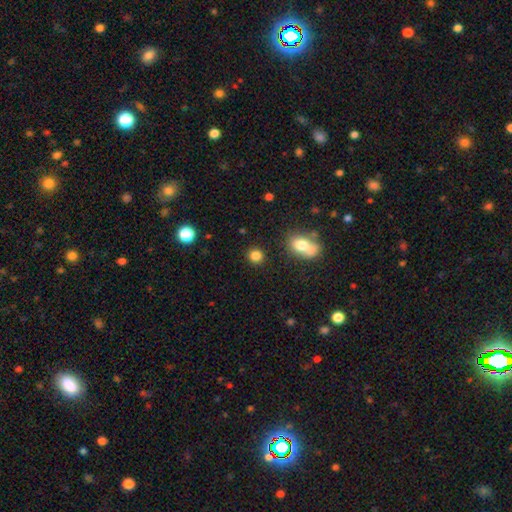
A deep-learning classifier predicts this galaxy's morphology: Smooth or featured?
  - smooth: 83% *
  - star or artifact: 12%
  - featured or disk: 5%
How rounded?
  - round: 87% *
  - in between: 12%
  - cigar-shaped: 1%
Merging?
  - none: 88% *
  - minor disturbance: 6%
  - merger: 3%
  - major disturbance: 2%